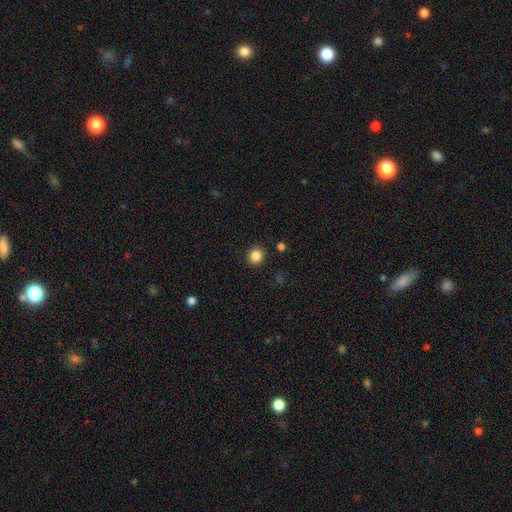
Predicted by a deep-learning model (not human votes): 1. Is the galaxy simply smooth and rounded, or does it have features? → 85% smooth, 11% star or artifact, 4% featured or disk.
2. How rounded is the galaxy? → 80% round, 19% in between, 1% cigar-shaped.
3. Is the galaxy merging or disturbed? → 91% none, 6% minor disturbance, 2% major disturbance, 2% merger.